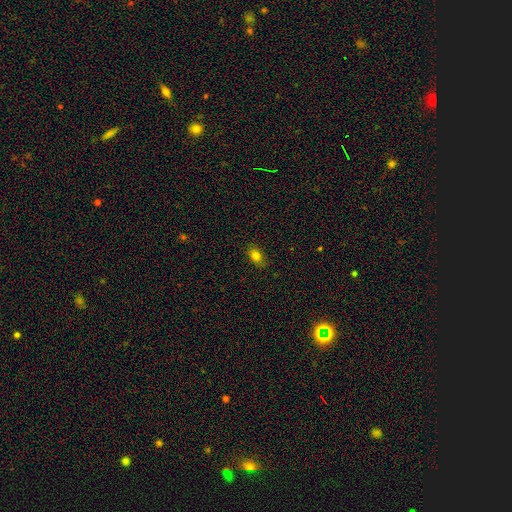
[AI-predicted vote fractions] This is clearly a smooth galaxy (80%). How rounded: likely in between (80%). Merging: clearly none (83%).